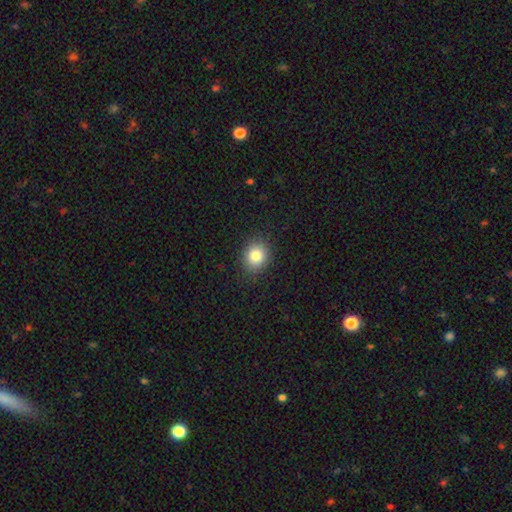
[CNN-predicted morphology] Smooth or featured? Predicted: smooth (p=0.82). How rounded? Predicted: round (p=0.67). Merging? Predicted: none (p=0.88).